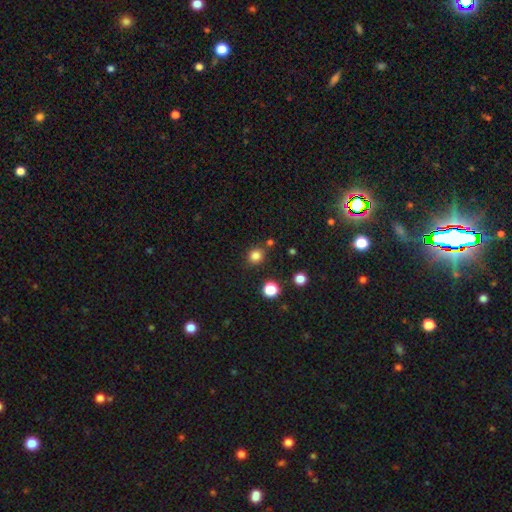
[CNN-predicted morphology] This is clearly a smooth galaxy (82%). How rounded: clearly round (83%). Merging: clearly none (83%).